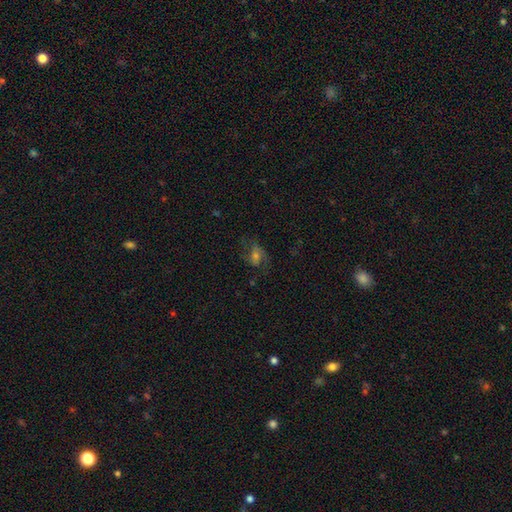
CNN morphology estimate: A featured or disk galaxy (50%).

Vote fractions:
- Smooth or featured? featured or disk: 50% / smooth: 32% / star or artifact: 18%
- Edge-on disk? no: 95% / yes: 5%
- Merging? none: 63% / minor disturbance: 19% / major disturbance: 17% / merger: 1%